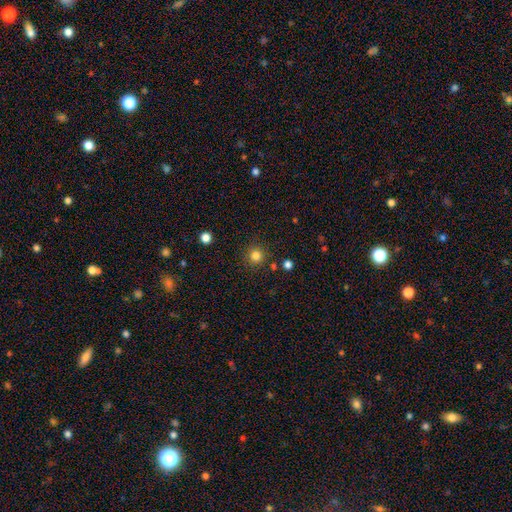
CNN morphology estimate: This appears to be a smooth galaxy with no disk features (82%) that is round (94%). Merging: none (88%).